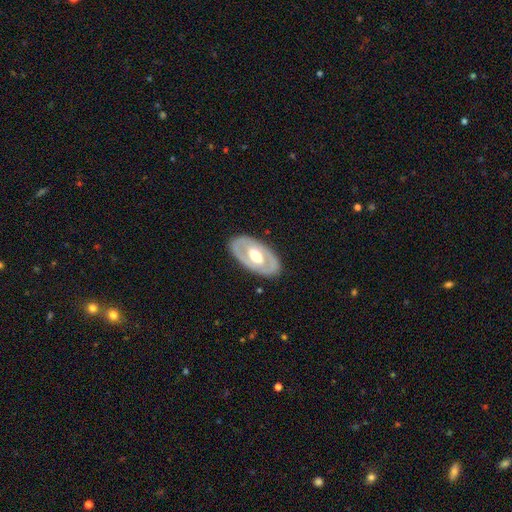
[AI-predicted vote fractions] Smooth or featured?
  - featured or disk: 65% *
  - smooth: 30%
  - star or artifact: 4%
Edge-on disk?
  - no: 89% *
  - yes: 11%
Bar?
  - no: 57% *
  - weak: 28%
  - strong: 15%
Spiral arms?
  - no: 74% *
  - yes: 26%
Bulge size?
  - moderate: 65% *
  - large: 25%
  - small: 8%
  - dominant: 1%
  - none: 1%
Merging?
  - none: 85% *
  - minor disturbance: 11%
  - major disturbance: 3%
  - merger: 1%